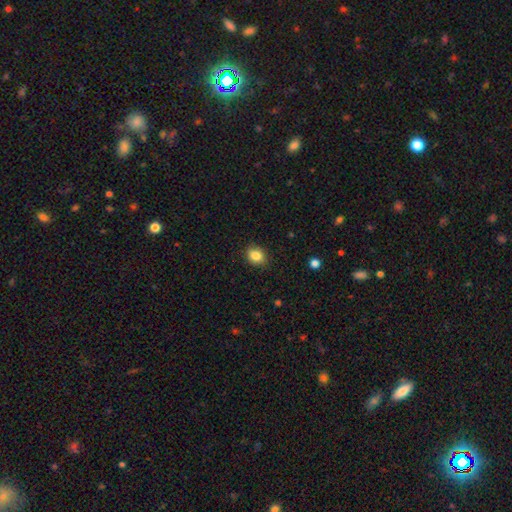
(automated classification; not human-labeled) Q: Smooth or featured?
A: smooth (85%); runner-up: star or artifact (10%)
Q: How rounded?
A: round (56%); runner-up: in between (44%)
Q: Merging?
A: none (88%); runner-up: minor disturbance (9%)